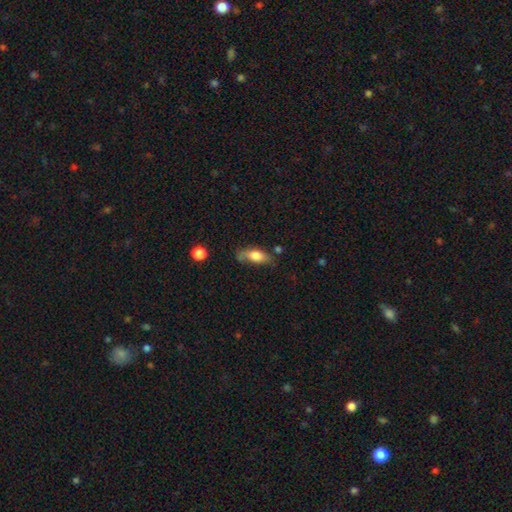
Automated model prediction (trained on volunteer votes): Q: Smooth or featured?
A: smooth (70%); runner-up: featured or disk (23%)
Q: How rounded?
A: in between (76%); runner-up: cigar-shaped (19%)
Q: Merging?
A: none (49%); runner-up: minor disturbance (31%)